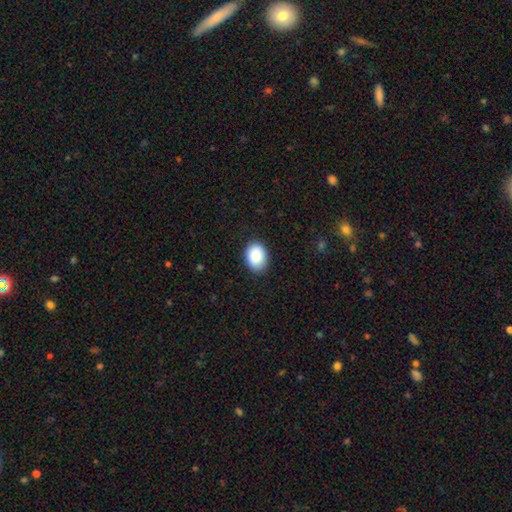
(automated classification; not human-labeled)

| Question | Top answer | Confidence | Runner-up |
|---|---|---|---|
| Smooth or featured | smooth | 90% | star or artifact (7%) |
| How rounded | in between | 74% | round (26%) |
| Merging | none | 86% | minor disturbance (10%) |